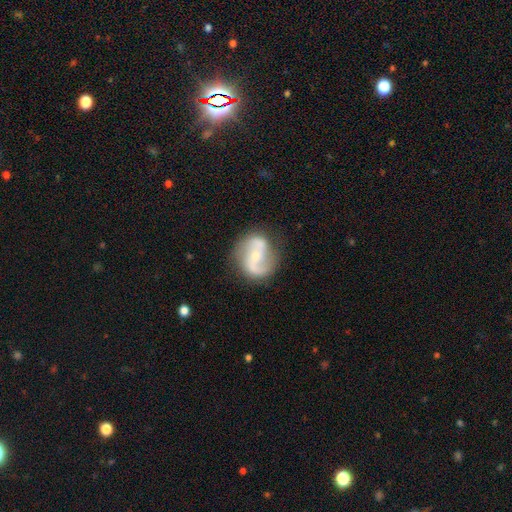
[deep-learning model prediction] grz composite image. It shows a featured or disk galaxy (83%) with no bar (41%), 2 (90%) loose (49%) spiral arms (94%) and a small central bulge (60%). Merging: none (74%).